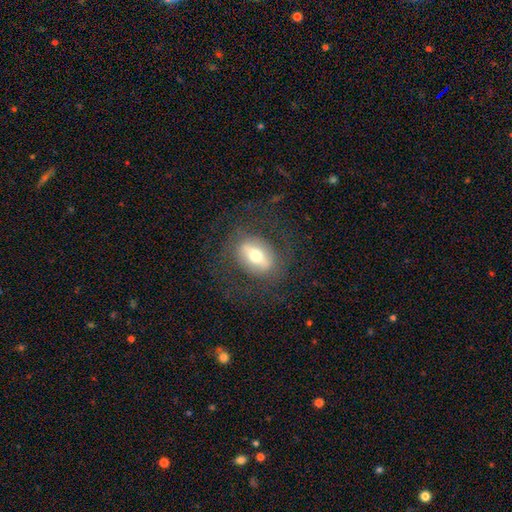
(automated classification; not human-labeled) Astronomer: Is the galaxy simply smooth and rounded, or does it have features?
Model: featured or disk — 54% (runner-up: smooth, 38%).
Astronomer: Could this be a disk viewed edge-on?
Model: no — 79%.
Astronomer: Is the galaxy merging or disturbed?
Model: none — 75%.